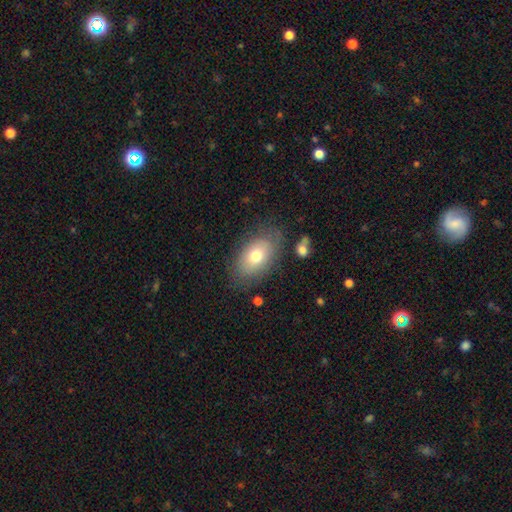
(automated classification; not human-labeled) A smooth galaxy with no disk features (72%) that is in between round and cigar-shaped (89%). Merging: none (76%).